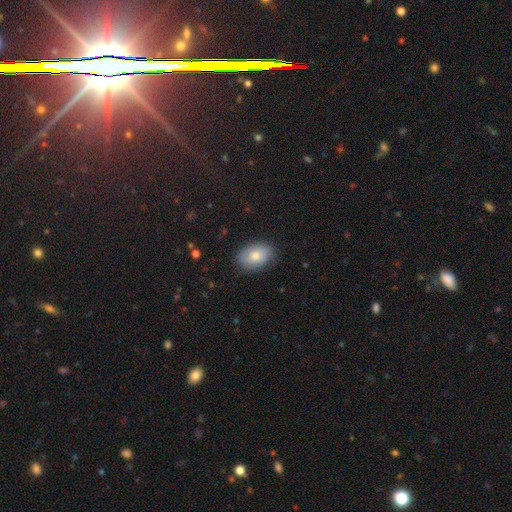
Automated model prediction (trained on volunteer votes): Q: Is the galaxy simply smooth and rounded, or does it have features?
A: smooth — 75%.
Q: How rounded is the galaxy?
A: in between — 83%.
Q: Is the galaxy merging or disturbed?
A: none — 81%.